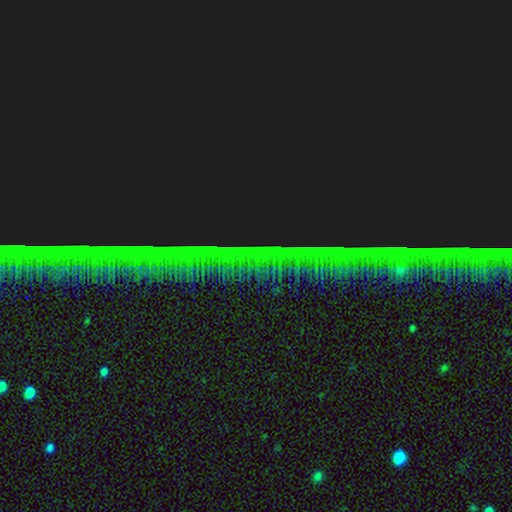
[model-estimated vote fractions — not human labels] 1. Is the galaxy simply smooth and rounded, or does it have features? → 88% star or artifact, 7% featured or disk, 6% smooth.